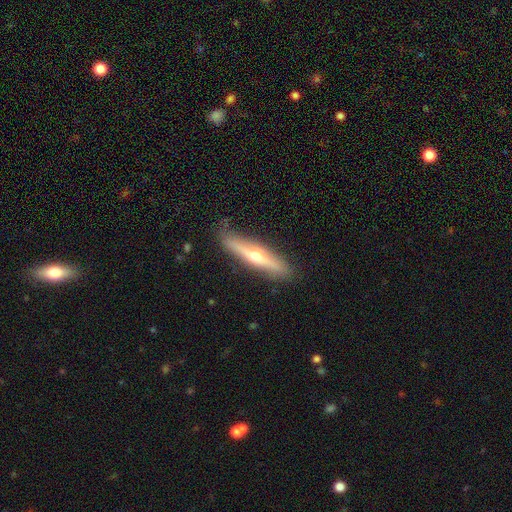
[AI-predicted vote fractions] Overall: featured or disk (65%; smooth 30%). Edge-on disk: yes (92%). Edge-on bulge: rounded (92%). Merging: none (85%).